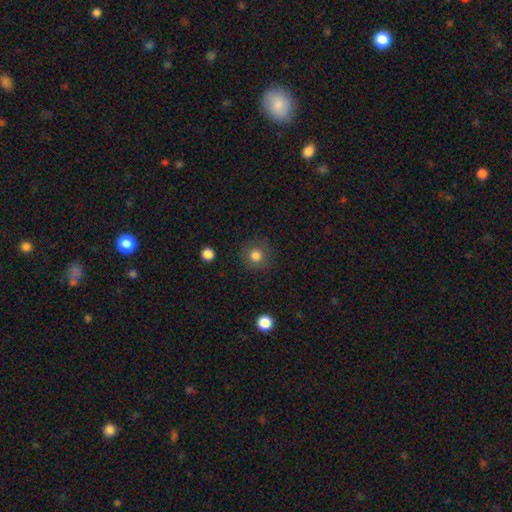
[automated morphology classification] A smooth galaxy with no disk features (82%) that is round (91%).

Vote fractions:
- Smooth or featured? smooth: 82% / star or artifact: 12% / featured or disk: 7%
- How rounded? round: 91% / in between: 8% / cigar-shaped: 1%
- Merging? none: 83% / minor disturbance: 10% / major disturbance: 5% / merger: 2%